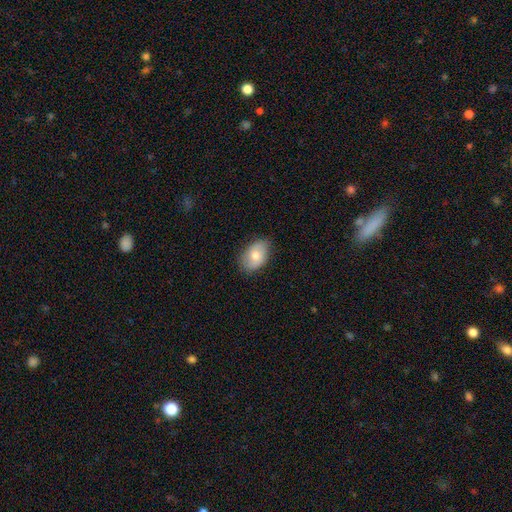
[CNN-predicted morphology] Smooth or featured: smooth — 71% (featured or disk — 23%)
How rounded: in between — 87% (round — 12%)
Merging: none — 79% (minor disturbance — 17%)